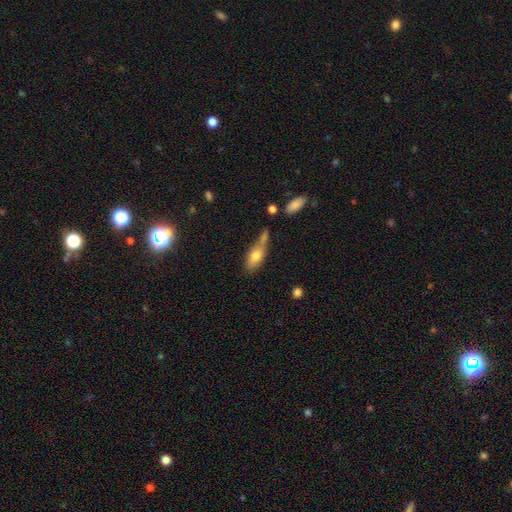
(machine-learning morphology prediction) A smooth galaxy with no disk features (73%) that is in between round and cigar-shaped (77%).

Vote fractions:
- Smooth or featured? smooth: 73% / featured or disk: 20% / star or artifact: 7%
- How rounded? in between: 77% / cigar-shaped: 18% / round: 5%
- Merging? none: 41% / merger: 32% / minor disturbance: 19% / major disturbance: 8%